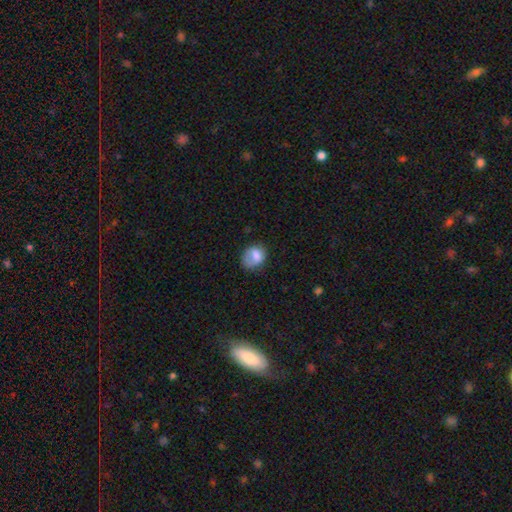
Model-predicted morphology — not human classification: Smooth or featured: smooth — 75% (featured or disk — 16%)
How rounded: in between — 54% (round — 45%)
Merging: none — 47% (minor disturbance — 30%)